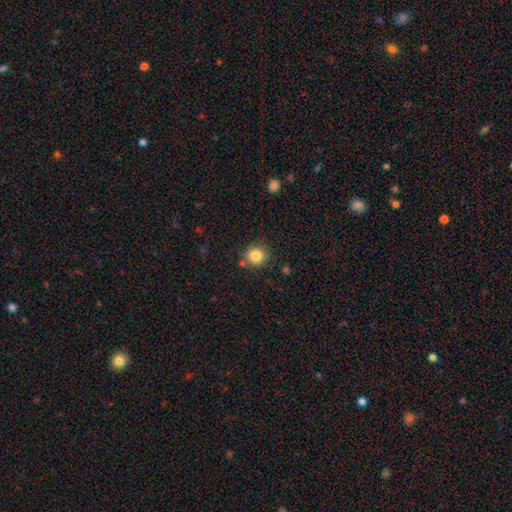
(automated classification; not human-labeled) smooth_or_featured: smooth (p=0.83) [alt: star or artifact p=0.11]
how_rounded: round (p=0.89) [alt: in between p=0.10]
merging: none (p=0.81) [alt: minor disturbance p=0.11]